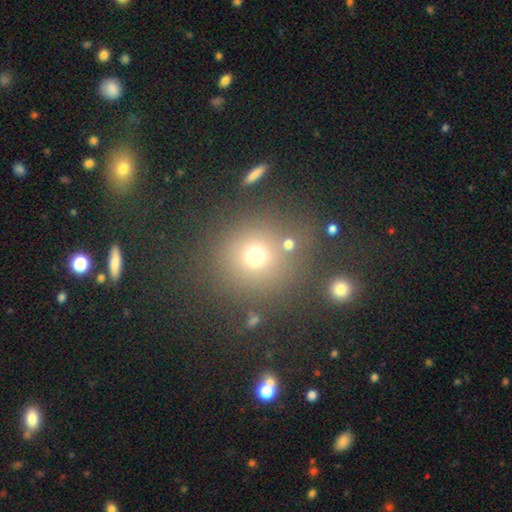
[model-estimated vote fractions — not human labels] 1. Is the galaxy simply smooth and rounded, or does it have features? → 69% smooth, 21% star or artifact, 10% featured or disk.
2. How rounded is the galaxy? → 91% round, 8% in between, 1% cigar-shaped.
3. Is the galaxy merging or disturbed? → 76% none, 10% minor disturbance, 9% merger, 5% major disturbance.